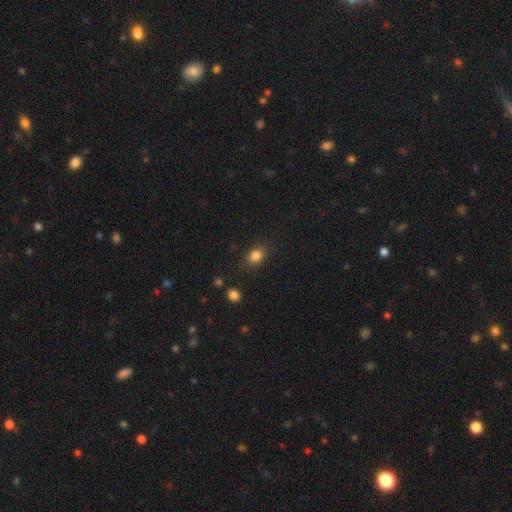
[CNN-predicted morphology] Smooth or featured?
  - smooth: 83% *
  - star or artifact: 11%
  - featured or disk: 6%
How rounded?
  - in between: 58% *
  - round: 41%
  - cigar-shaped: 2%
Merging?
  - none: 80% *
  - minor disturbance: 14%
  - major disturbance: 4%
  - merger: 2%